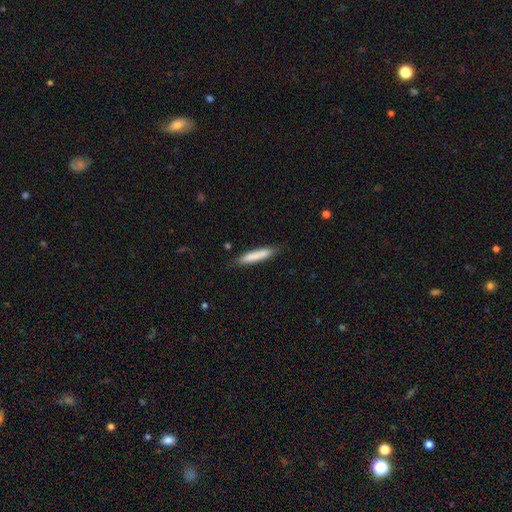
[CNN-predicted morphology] smooth_or_featured: smooth (p=0.81) [alt: featured or disk p=0.13]
how_rounded: cigar-shaped (p=0.89) [alt: in between p=0.10]
merging: none (p=0.83) [alt: minor disturbance p=0.13]